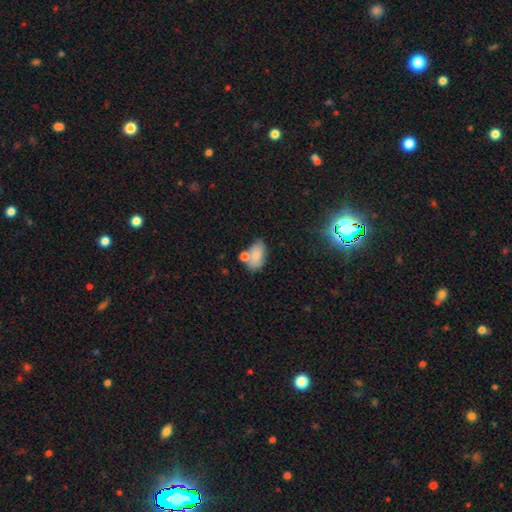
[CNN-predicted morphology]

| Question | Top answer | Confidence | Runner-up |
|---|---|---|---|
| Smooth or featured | smooth | 77% | featured or disk (14%) |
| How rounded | in between | 91% | round (7%) |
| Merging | none | 50% | merger (26%) |